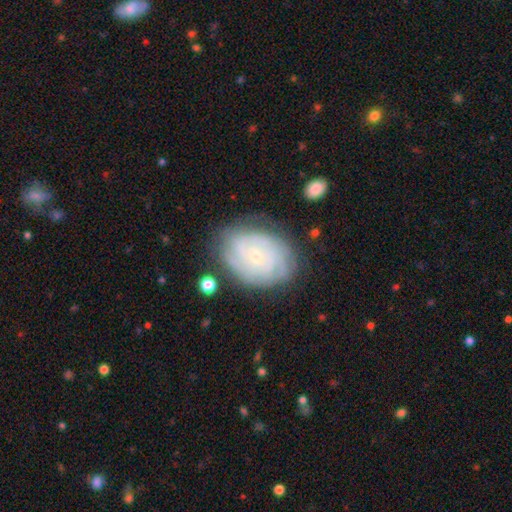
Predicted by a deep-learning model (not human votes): This is likely a featured or disk galaxy (78%). It is clearly not viewed edge-on (97%). Bar: likely no (70%). Spiral arm pattern: clearly yes (94%). Spiral arm count: marginally can't tell (38%). Spiral winding: likely tight (76%). Central bulge: clearly small (83%). Merging: likely none (76%).